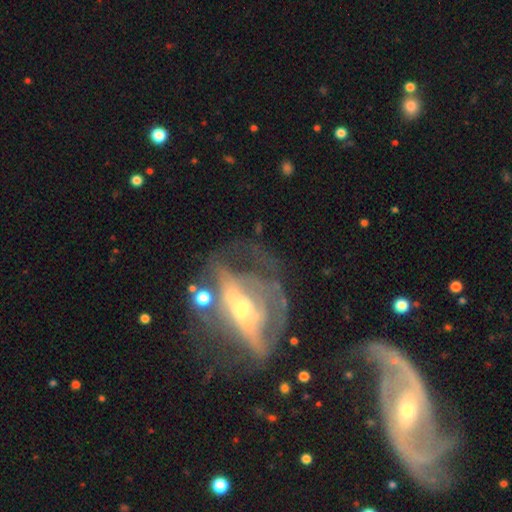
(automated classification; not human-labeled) featured or disk 75%, smooth 13%, star or artifact 12%. Down the decision tree: edge-on disk — no (82%); bar — no (44%); spiral arms — yes (60%); bulge size — moderate (46%); merging — major disturbance (34%).